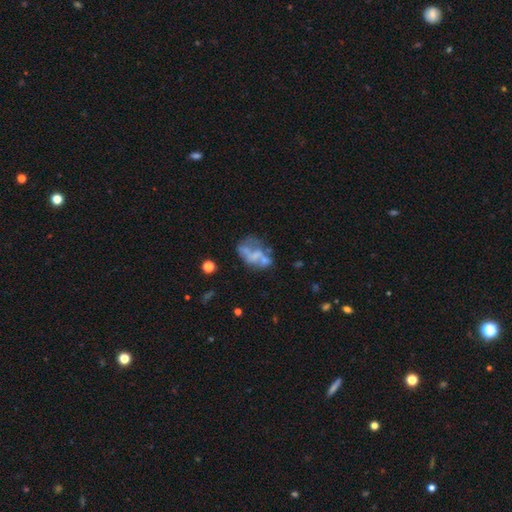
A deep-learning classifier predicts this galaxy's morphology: A featured or disk galaxy (57%) with no bar (83%), no spiral arms (86%) and no central bulge (69%).

Vote fractions:
- Smooth or featured? featured or disk: 57% / smooth: 30% / star or artifact: 13%
- Edge-on disk? no: 97% / yes: 3%
- Bar? no: 83% / weak: 12% / strong: 5%
- Spiral arms? no: 86% / yes: 14%
- Bulge size? none: 69% / small: 15% / moderate: 12% / large: 3% / dominant: 1%
- Merging? none: 33% / major disturbance: 26% / merger: 23% / minor disturbance: 19%